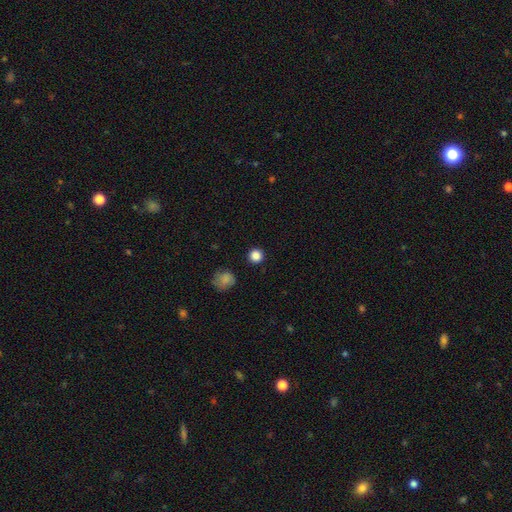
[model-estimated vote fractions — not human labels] Smooth or featured? Predicted: smooth (p=0.86). How rounded? Predicted: round (p=0.95). Merging? Predicted: none (p=0.91).